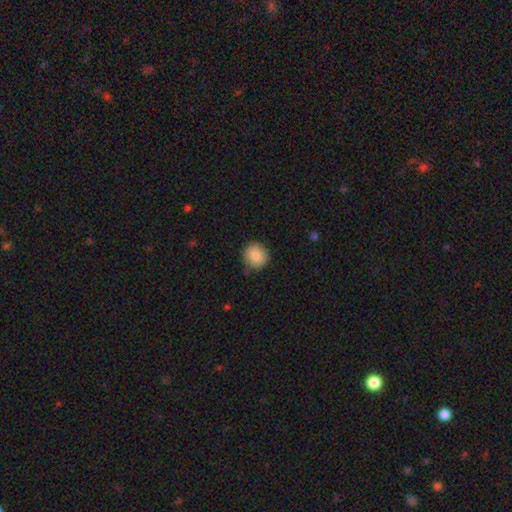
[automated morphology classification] smooth 85%, star or artifact 8%, featured or disk 7%. Down the decision tree: how rounded — round (90%); merging — none (82%).